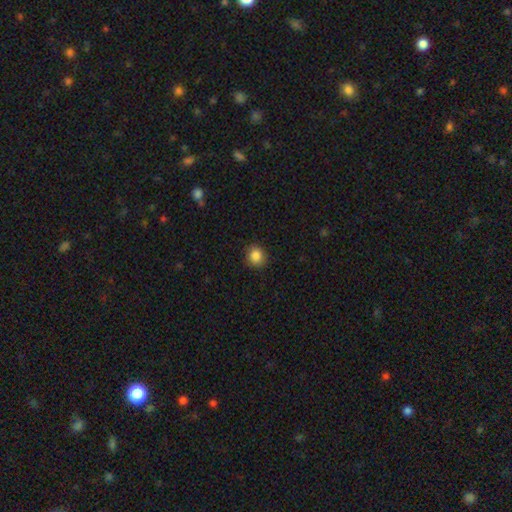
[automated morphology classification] Overall: smooth (86%). How rounded: round (83%). Merging: none (88%).